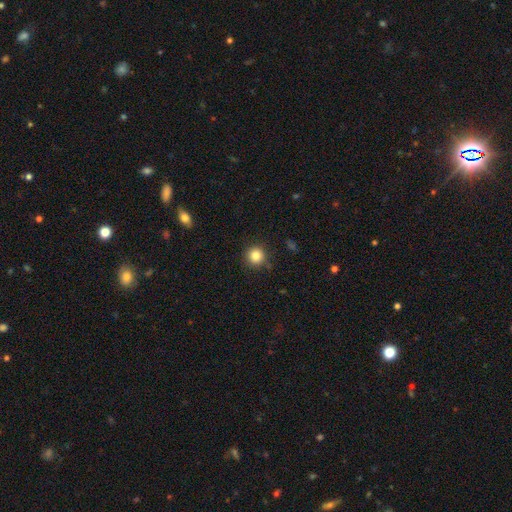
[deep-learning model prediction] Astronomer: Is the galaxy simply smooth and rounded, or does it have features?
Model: smooth — 84%.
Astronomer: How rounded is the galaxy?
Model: round — 94%.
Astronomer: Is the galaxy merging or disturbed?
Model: none — 88%.